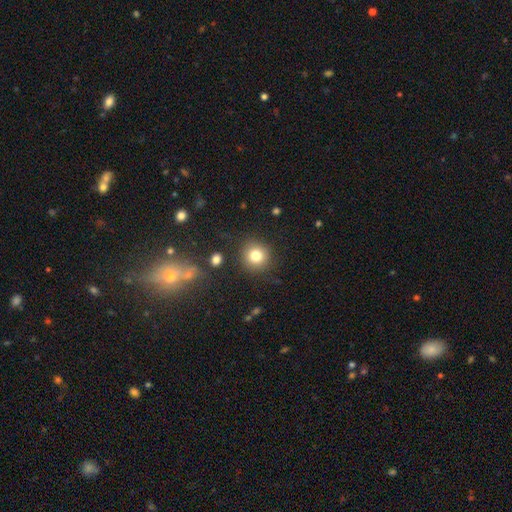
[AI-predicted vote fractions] This is clearly a smooth galaxy (80%). How rounded: clearly round (92%). Merging: clearly none (87%).